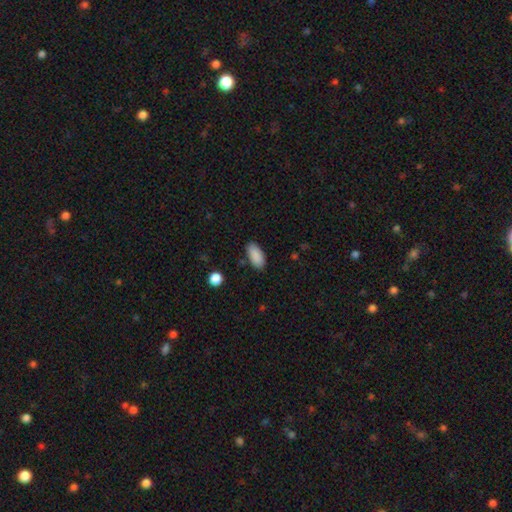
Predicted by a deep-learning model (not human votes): smooth 89%, star or artifact 7%, featured or disk 4%. Down the decision tree: how rounded — in between (91%); merging — none (84%).